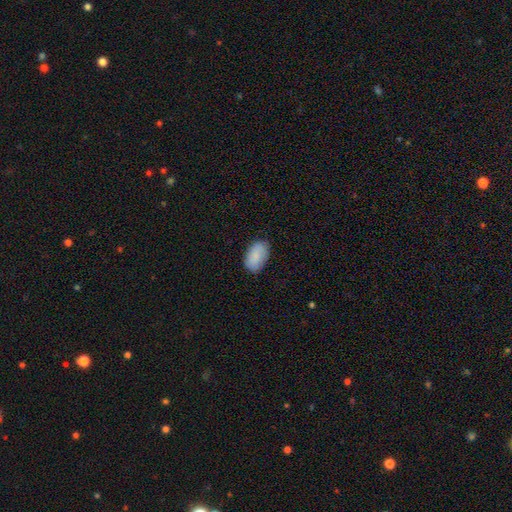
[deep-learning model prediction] This appears to be a smooth galaxy with no disk features (86%) that is in between round and cigar-shaped (93%). Merging: none (81%).